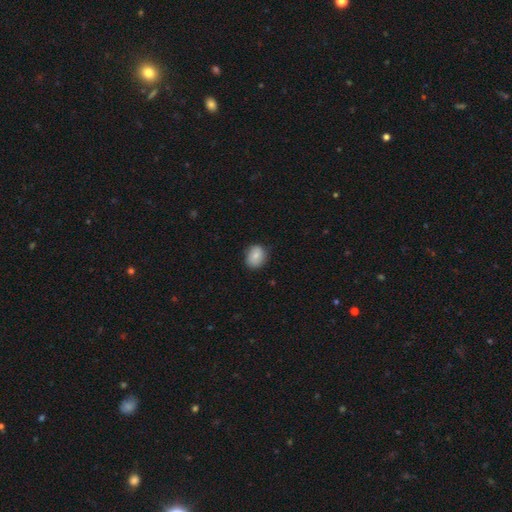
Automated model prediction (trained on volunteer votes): This appears to be a smooth galaxy with no disk features (79%) that is round (58%). Merging: none (81%).